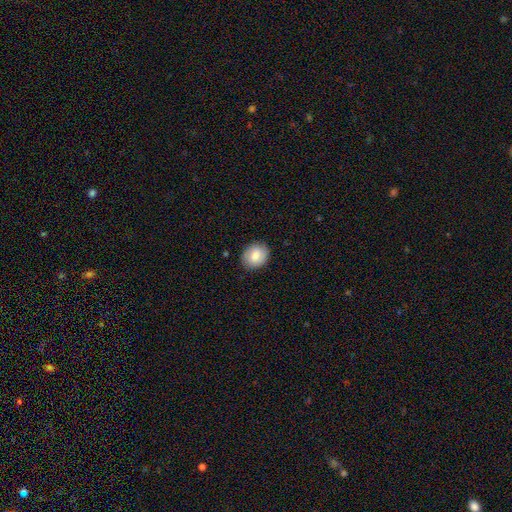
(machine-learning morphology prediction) The model was most divided on "how rounded": round: 57%, in between: 42%, cigar-shaped: 1%. More confident: merging — none (87%); smooth or featured — smooth (79%).